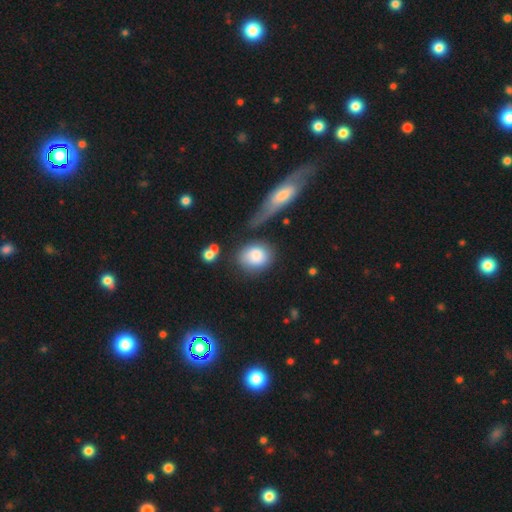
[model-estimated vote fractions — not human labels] smooth-or-featured: smooth: 80% | featured or disk: 13% | star or artifact: 7%
  how-rounded: round: 50% | in between: 48% | cigar-shaped: 2%
  merging: none: 59% | minor disturbance: 20% | merger: 12% | major disturbance: 9%